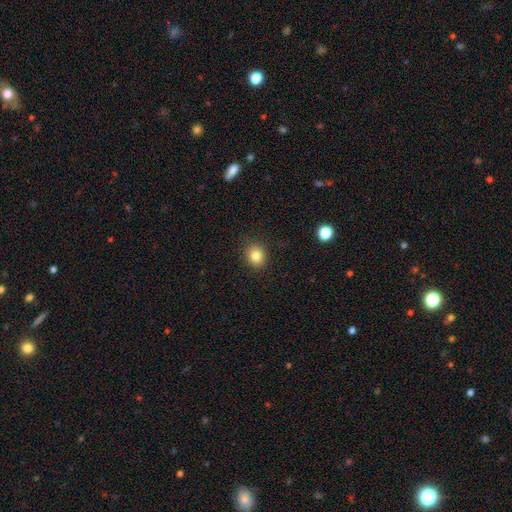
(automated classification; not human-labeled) The model was most divided on "how rounded": round: 73%, in between: 26%, cigar-shaped: 1%. More confident: merging — none (89%); smooth or featured — smooth (82%).